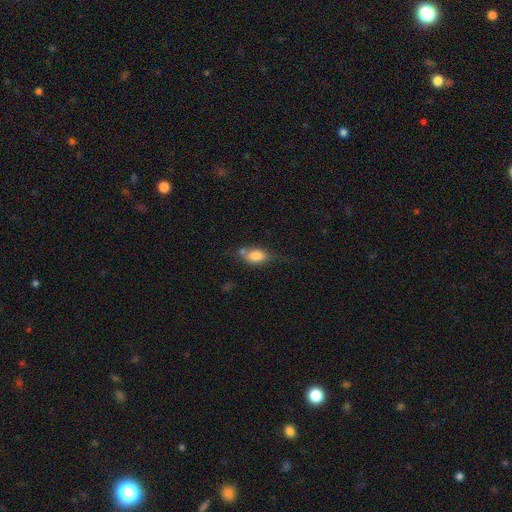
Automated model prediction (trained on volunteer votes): Morphology: type=smooth (77%); roundness=in between (81%); merging=none (46%).